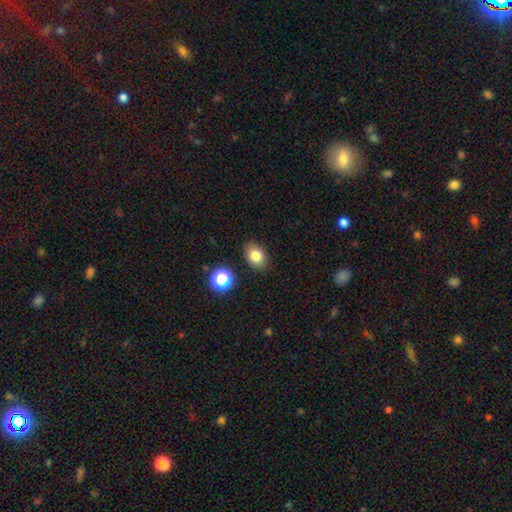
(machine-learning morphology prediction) This appears to be a smooth galaxy with no disk features (80%) that is in between round and cigar-shaped (68%). Merging: none (86%).